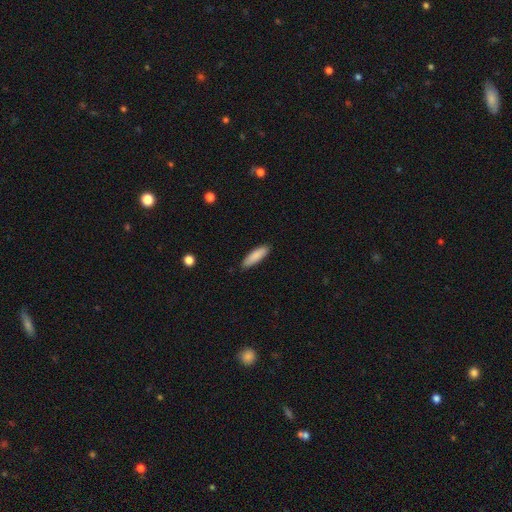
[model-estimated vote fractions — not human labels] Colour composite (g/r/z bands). It shows a smooth galaxy with no disk features (87%) that is cigar-shaped (59%). Merging: none (87%).